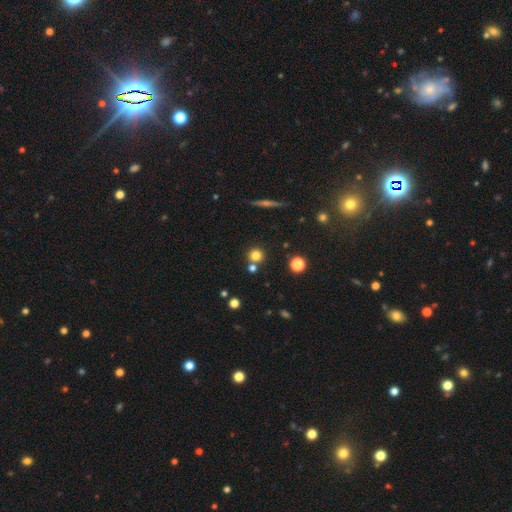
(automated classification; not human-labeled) smooth-or-featured: smooth: 77% | star or artifact: 15% | featured or disk: 9%
  how-rounded: round: 92% | in between: 7% | cigar-shaped: 1%
  merging: none: 74% | merger: 16% | minor disturbance: 7% | major disturbance: 3%